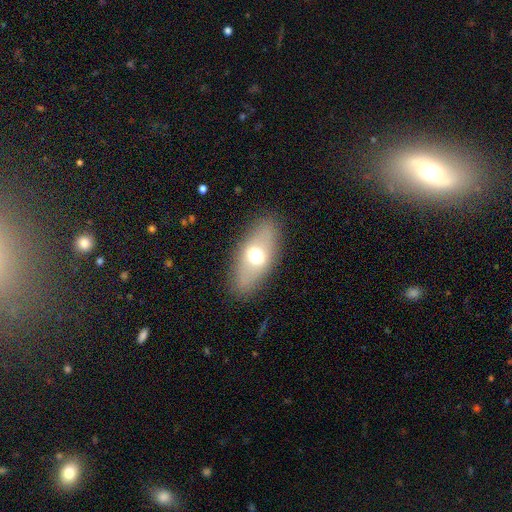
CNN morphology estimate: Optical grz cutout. It shows a smooth galaxy with no disk features (59%) that is in between round and cigar-shaped (83%). Merging: none (85%).